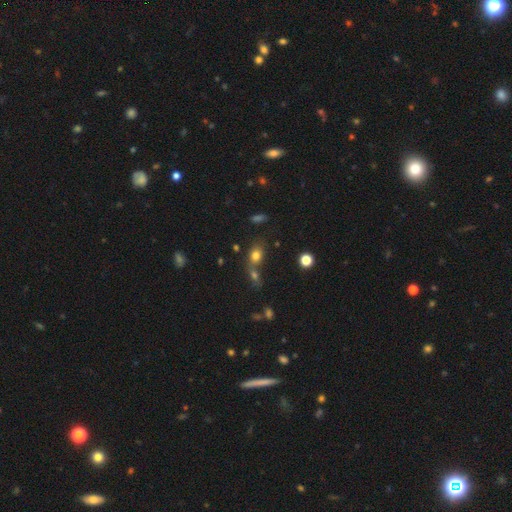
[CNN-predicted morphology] A smooth galaxy with no disk features (76%) that is in between round and cigar-shaped (57%). Merging: none (47%).